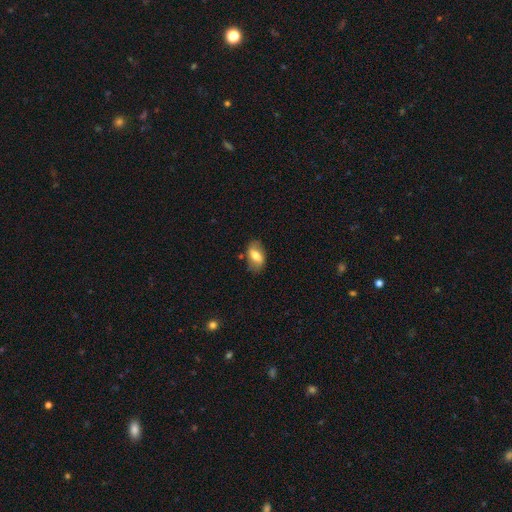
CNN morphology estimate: Smooth or featured?
  - smooth: 56% *
  - featured or disk: 36%
  - star or artifact: 8%
How rounded?
  - in between: 88% *
  - round: 8%
  - cigar-shaped: 4%
Merging?
  - none: 73% *
  - minor disturbance: 19%
  - major disturbance: 5%
  - merger: 3%